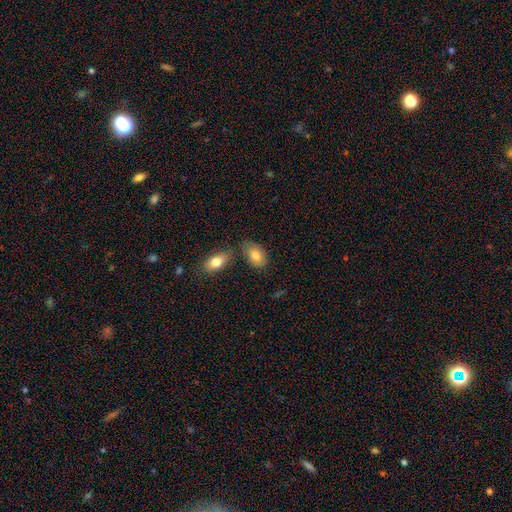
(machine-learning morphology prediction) Smooth or featured: smooth — 80% (featured or disk — 13%)
How rounded: in between — 89% (round — 9%)
Merging: none — 64% (minor disturbance — 18%)